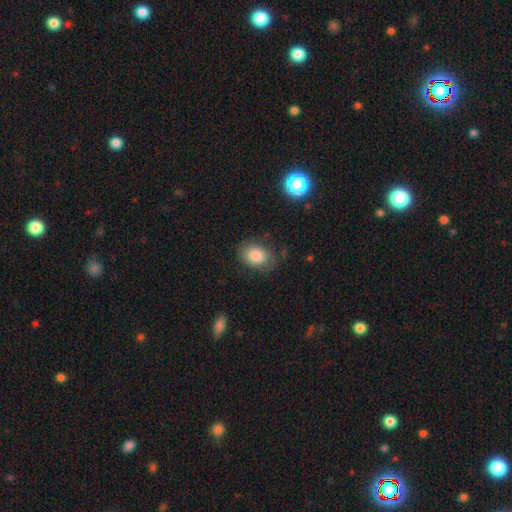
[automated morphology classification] A smooth galaxy with no disk features (84%) that is in between round and cigar-shaped (73%).

Vote fractions:
- Smooth or featured? smooth: 84% / star or artifact: 8% / featured or disk: 8%
- How rounded? in between: 73% / round: 26% / cigar-shaped: 1%
- Merging? none: 77% / minor disturbance: 16% / major disturbance: 5% / merger: 2%